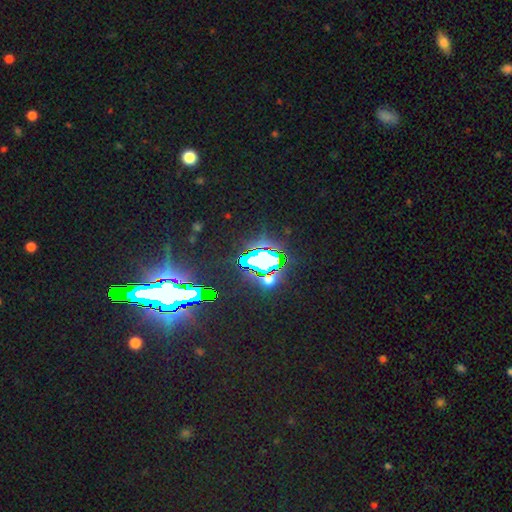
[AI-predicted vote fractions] smooth_or_featured: star or artifact (p=0.80) [alt: smooth p=0.11]